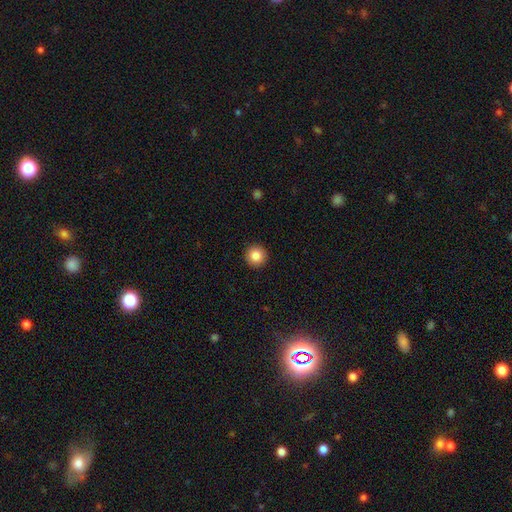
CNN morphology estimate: A smooth galaxy with no disk features (85%) that is round (95%).

Vote fractions:
- Smooth or featured? smooth: 85% / star or artifact: 9% / featured or disk: 5%
- How rounded? round: 95% / in between: 4% / cigar-shaped: 1%
- Merging? none: 93% / minor disturbance: 5% / major disturbance: 2% / merger: 1%